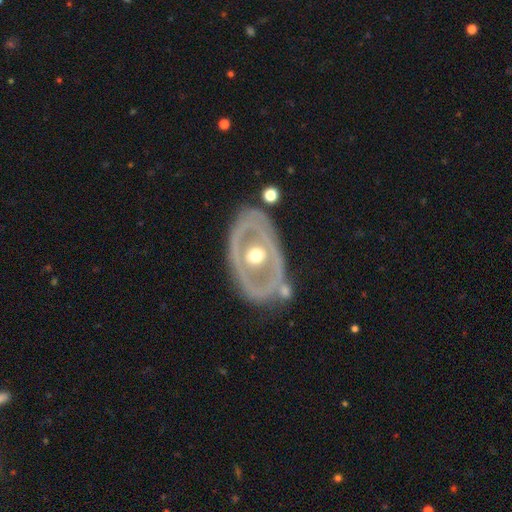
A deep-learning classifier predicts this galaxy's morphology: featured or disk 75%, smooth 21%, star or artifact 4%. Down the decision tree: edge-on disk — no (92%); bar — no (81%); spiral arms — no (76%); bulge size — moderate (79%); merging — none (67%).